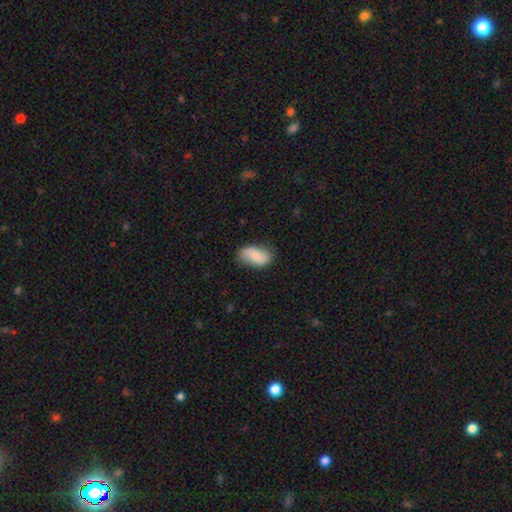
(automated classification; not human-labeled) This appears to be a smooth galaxy with no disk features (64%) that is in between round and cigar-shaped (93%). Merging: none (77%).